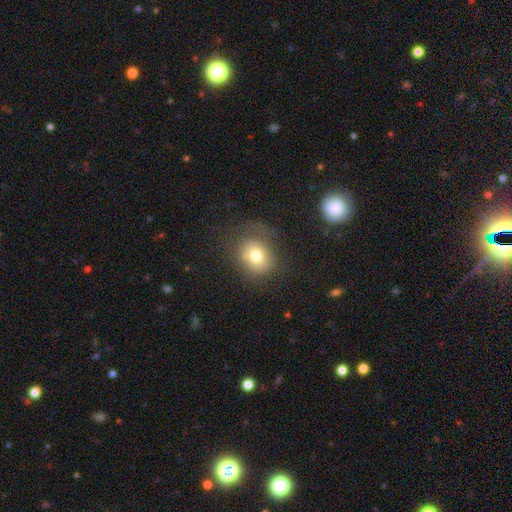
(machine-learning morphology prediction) This is likely a smooth galaxy (73%). How rounded: likely round (61%). Merging: likely none (62%).